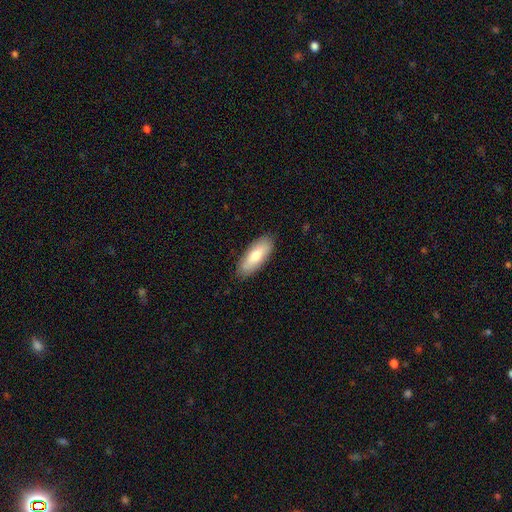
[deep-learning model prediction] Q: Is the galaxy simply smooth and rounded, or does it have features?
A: smooth — 72%.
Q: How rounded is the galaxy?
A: in between — 73%.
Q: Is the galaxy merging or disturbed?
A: none — 88%.